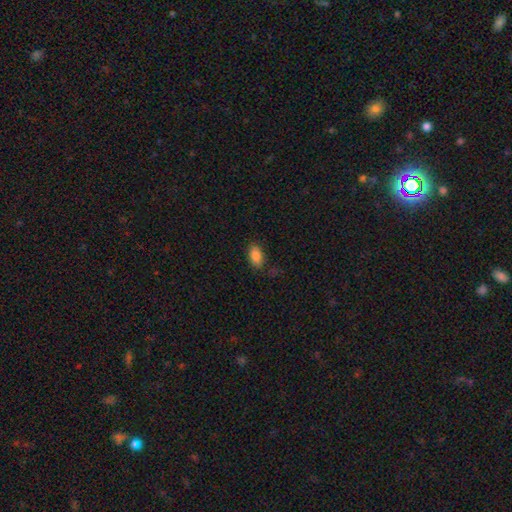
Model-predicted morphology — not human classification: smooth_or_featured: smooth (p=0.86) [alt: star or artifact p=0.08]
how_rounded: in between (p=0.92) [alt: round p=0.05]
merging: none (p=0.78) [alt: minor disturbance p=0.16]